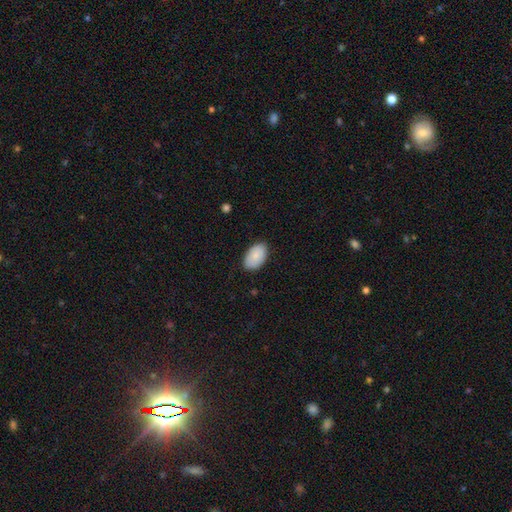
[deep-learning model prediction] Smooth or featured? Predicted: smooth (p=0.86). How rounded? Predicted: in between (p=0.94). Merging? Predicted: none (p=0.86).